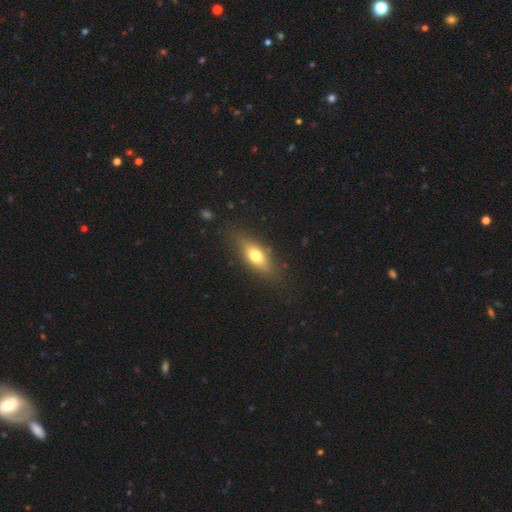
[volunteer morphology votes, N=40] Volunteers were most divided on "how rounded": in between: 59%, cigar-shaped: 30%, round: 11%. More confident: merging — none (69%); smooth or featured — smooth (68%).